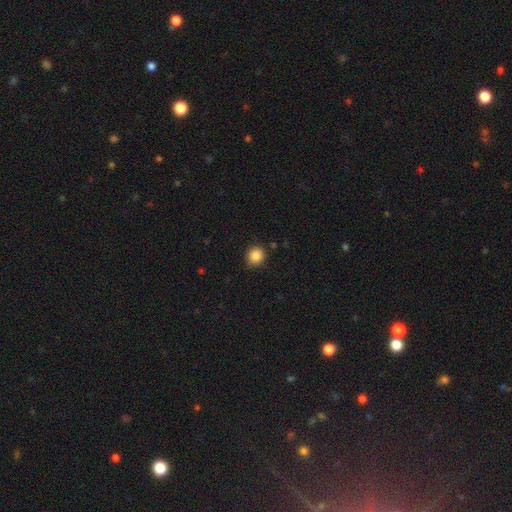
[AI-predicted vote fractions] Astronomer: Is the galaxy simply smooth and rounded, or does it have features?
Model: smooth — 87%.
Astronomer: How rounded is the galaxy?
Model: round — 85%.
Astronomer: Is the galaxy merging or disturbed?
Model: none — 87%.